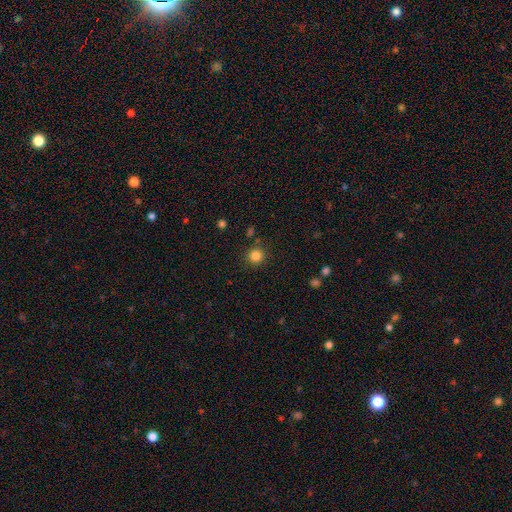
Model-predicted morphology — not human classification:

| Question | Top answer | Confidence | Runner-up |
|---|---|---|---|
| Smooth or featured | smooth | 84% | star or artifact (12%) |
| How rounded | round | 94% | in between (5%) |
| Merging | none | 88% | minor disturbance (7%) |